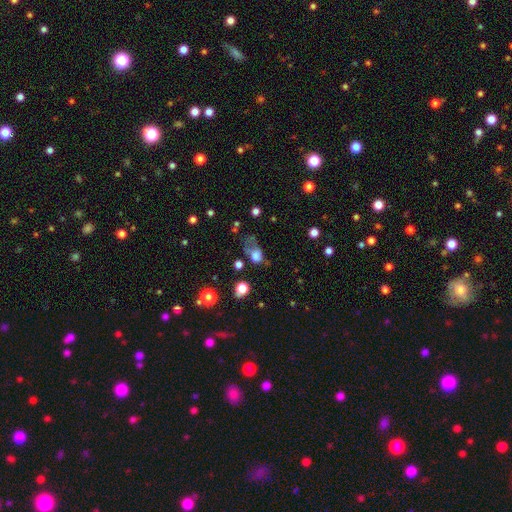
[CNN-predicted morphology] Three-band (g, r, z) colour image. It shows a smooth galaxy with no disk features (64%) that is in between round and cigar-shaped (60%). Merging: major disturbance (44%).